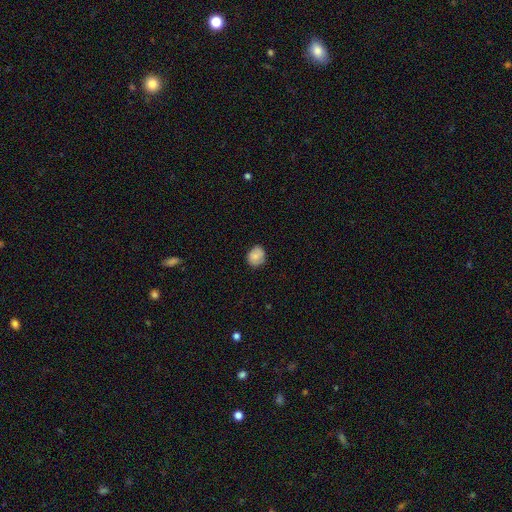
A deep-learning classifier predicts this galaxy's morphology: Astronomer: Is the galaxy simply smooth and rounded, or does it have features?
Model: smooth — 72%.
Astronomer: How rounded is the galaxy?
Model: round — 67%.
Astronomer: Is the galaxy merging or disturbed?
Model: none — 76%.